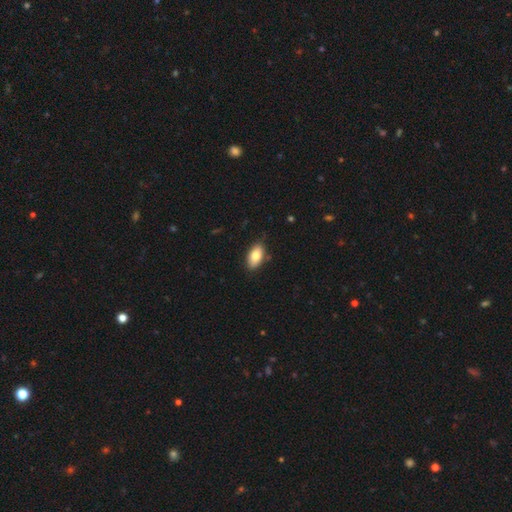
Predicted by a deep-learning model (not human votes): Smooth or featured? Predicted: smooth (p=0.81). How rounded? Predicted: in between (p=0.93). Merging? Predicted: none (p=0.83).